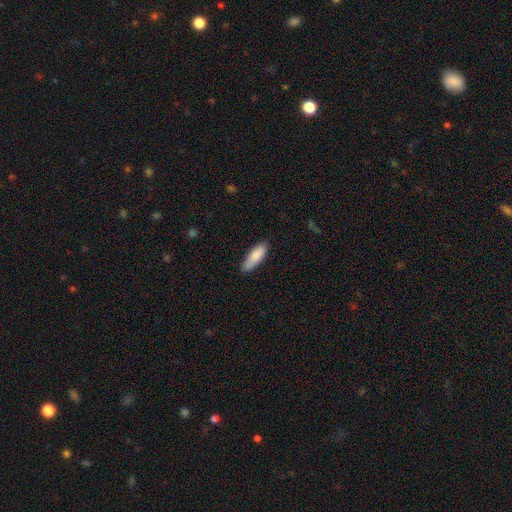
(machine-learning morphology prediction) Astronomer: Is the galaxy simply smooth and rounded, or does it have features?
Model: smooth — 86%.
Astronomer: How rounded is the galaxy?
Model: in between — 61% (runner-up: cigar-shaped, 37%).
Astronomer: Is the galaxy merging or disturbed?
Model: none — 77%.